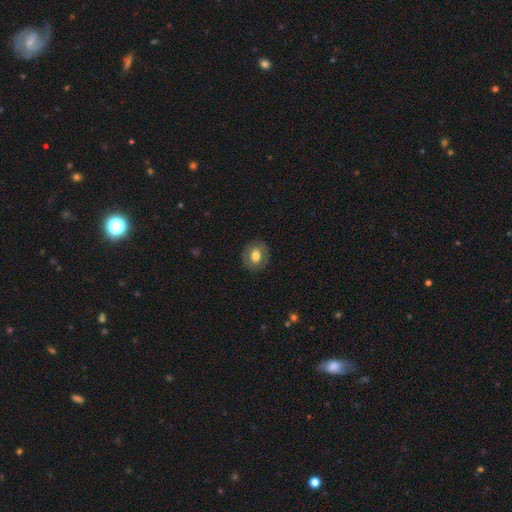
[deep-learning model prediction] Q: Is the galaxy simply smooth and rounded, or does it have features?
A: smooth — 64%.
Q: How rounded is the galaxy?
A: round — 56%.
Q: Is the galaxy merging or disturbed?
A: none — 83%.